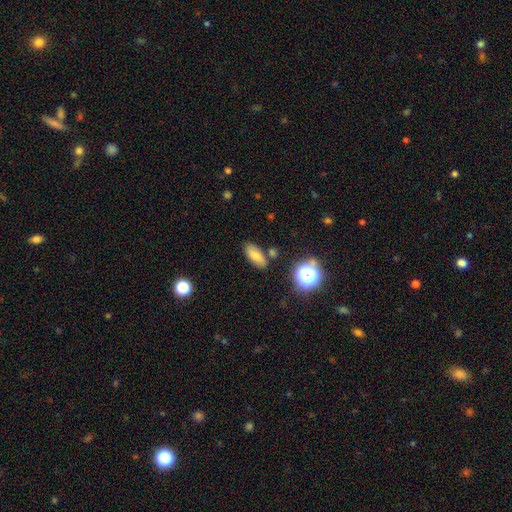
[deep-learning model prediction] smooth_or_featured: smooth (p=0.73) [alt: featured or disk p=0.14]
how_rounded: in between (p=0.80) [alt: cigar-shaped p=0.12]
merging: none (p=0.80) [alt: minor disturbance p=0.12]